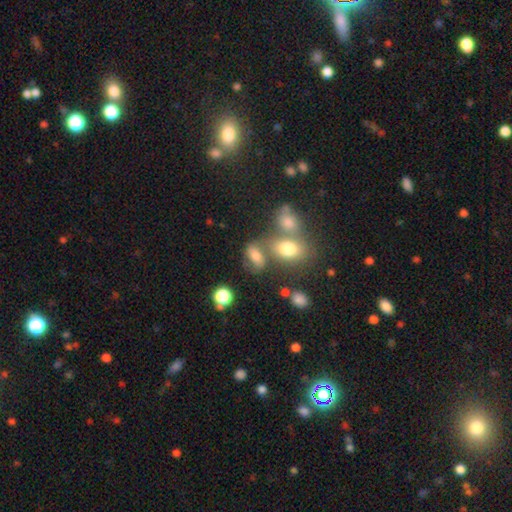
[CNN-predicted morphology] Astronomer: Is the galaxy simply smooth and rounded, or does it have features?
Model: smooth — 64%.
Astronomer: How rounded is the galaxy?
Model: in between — 80%.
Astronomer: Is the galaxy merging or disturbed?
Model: none — 42% (runner-up: merger, 34%).